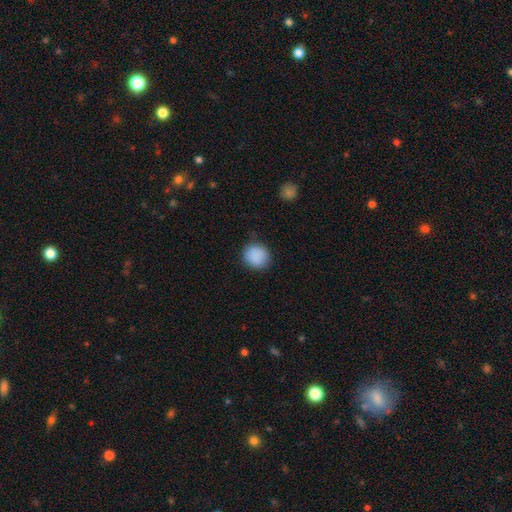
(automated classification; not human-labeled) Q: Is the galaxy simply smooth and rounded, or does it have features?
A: smooth — 88%.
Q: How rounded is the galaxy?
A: round — 86%.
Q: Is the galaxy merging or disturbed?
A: none — 85%.